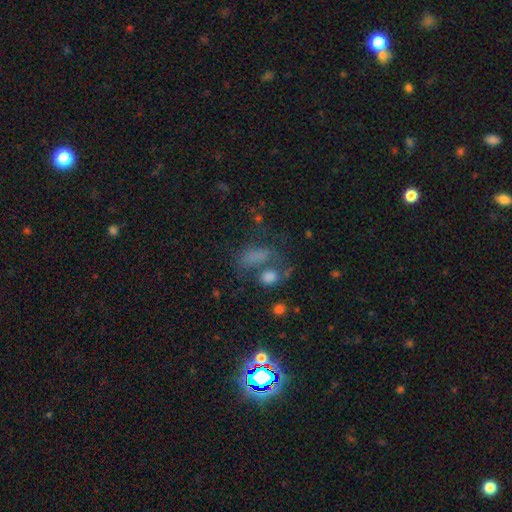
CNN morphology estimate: This is likely a smooth galaxy (62%). How rounded: likely in between (71%). Merging: marginally none (39%).